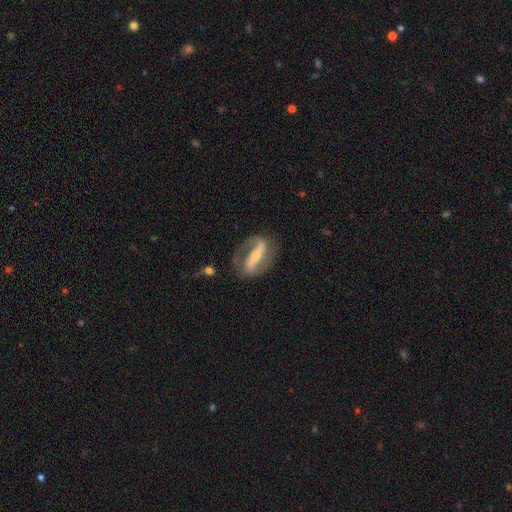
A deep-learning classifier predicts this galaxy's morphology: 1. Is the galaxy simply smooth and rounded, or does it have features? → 84% featured or disk, 11% smooth, 5% star or artifact.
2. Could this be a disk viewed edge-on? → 91% no, 9% yes.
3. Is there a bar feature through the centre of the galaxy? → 73% strong, 17% weak, 10% no.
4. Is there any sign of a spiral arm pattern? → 88% yes, 12% no.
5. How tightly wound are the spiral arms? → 43% medium, 29% loose, 28% tight.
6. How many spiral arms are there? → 81% 2, 11% 1, 5% can't tell, 1% 3, 1% 4, 1% more than 4.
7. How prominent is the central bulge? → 57% small, 35% moderate, 4% none, 3% large, 1% dominant.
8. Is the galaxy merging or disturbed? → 74% none, 15% minor disturbance, 9% major disturbance, 2% merger.